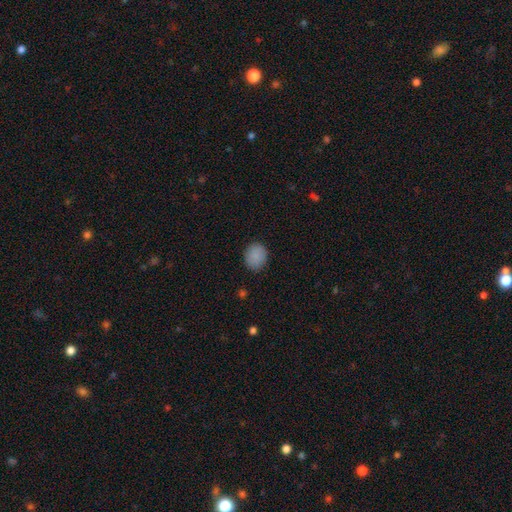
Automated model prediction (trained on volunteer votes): A smooth galaxy with no disk features (88%) that is round (68%). Merging: none (87%).